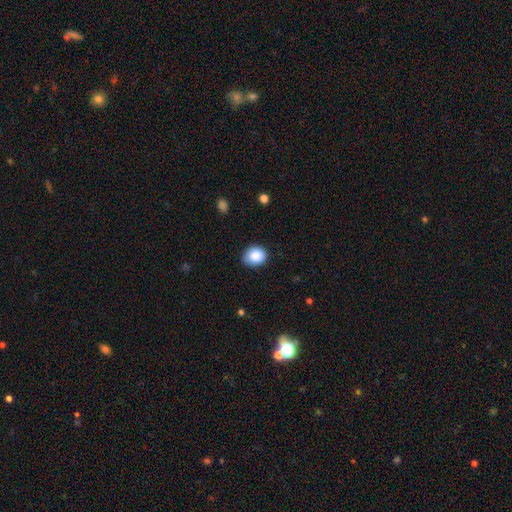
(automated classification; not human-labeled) smooth-or-featured: smooth: 87% | star or artifact: 8% | featured or disk: 5%
  how-rounded: round: 59% | in between: 40% | cigar-shaped: 1%
  merging: none: 81% | minor disturbance: 15% | major disturbance: 3% | merger: 1%